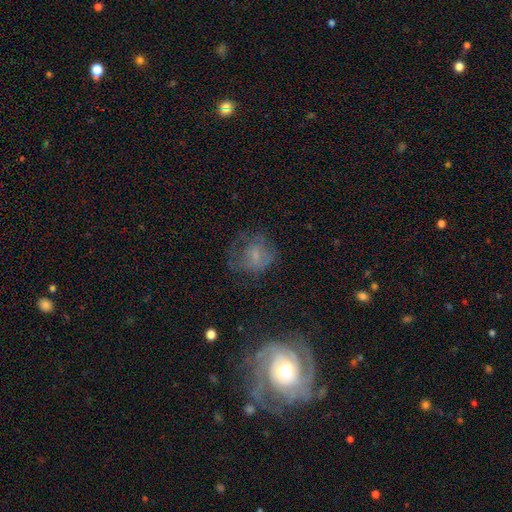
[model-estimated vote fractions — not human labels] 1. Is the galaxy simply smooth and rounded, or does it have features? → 46% smooth, 37% featured or disk, 16% star or artifact.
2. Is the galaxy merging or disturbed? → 49% none, 27% major disturbance, 22% minor disturbance, 2% merger.